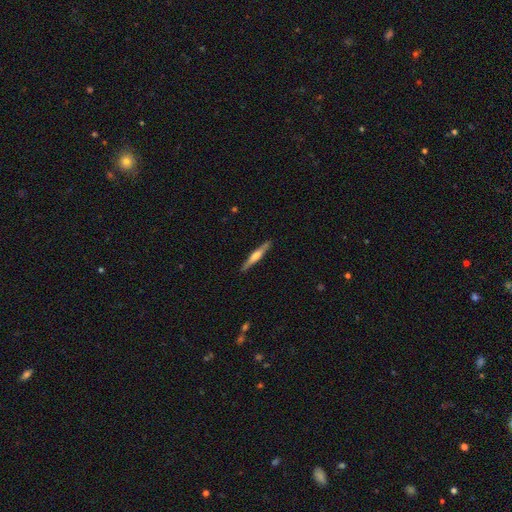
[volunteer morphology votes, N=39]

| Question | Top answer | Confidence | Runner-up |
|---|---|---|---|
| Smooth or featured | featured or disk | 67% | smooth (31%) |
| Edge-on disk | yes | 96% | no (4%) |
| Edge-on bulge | rounded | 76% | boxy (20%) |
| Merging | none | 87% | minor disturbance (13%) |